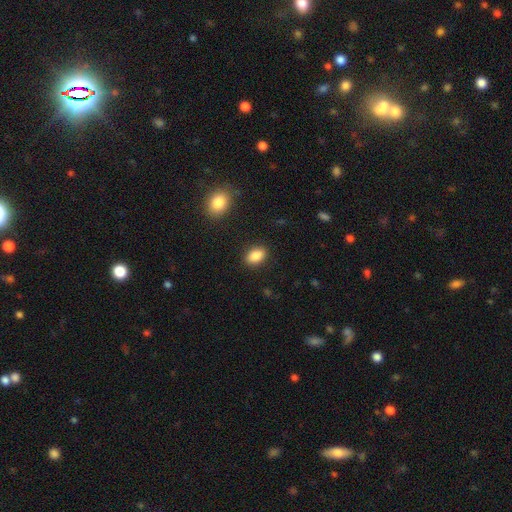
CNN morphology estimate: smooth_or_featured: smooth (p=0.88) [alt: star or artifact p=0.08]
how_rounded: in between (p=0.86) [alt: round p=0.13]
merging: none (p=0.88) [alt: minor disturbance p=0.08]